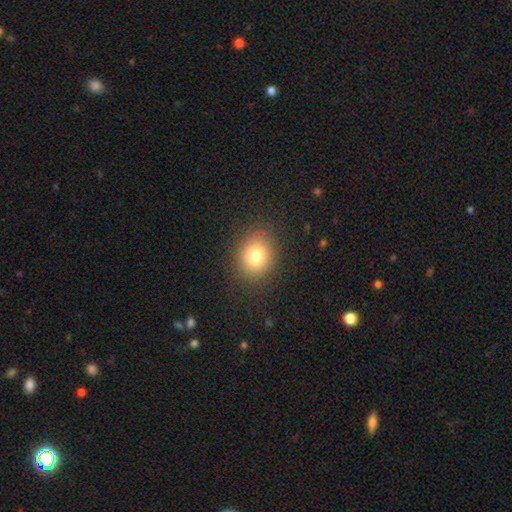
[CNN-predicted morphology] Smooth or featured? smooth (79%)
How rounded? round (65%)
Merging? none (87%)